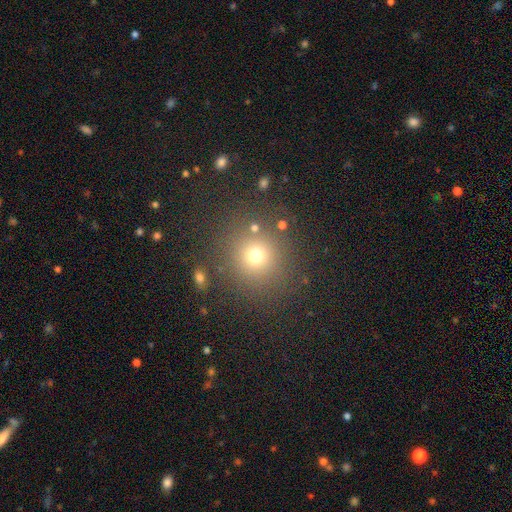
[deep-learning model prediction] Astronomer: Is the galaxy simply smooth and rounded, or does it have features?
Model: smooth — 71%.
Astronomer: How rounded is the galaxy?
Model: round — 90%.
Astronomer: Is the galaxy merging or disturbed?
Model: none — 83%.